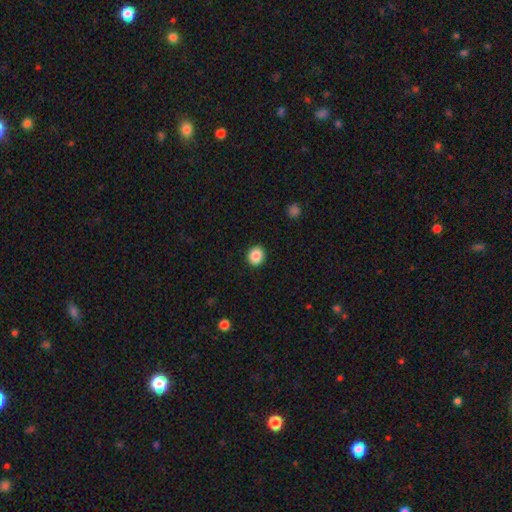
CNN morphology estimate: A smooth galaxy with no disk features (88%) that is round (73%).

Vote fractions:
- Smooth or featured? smooth: 88% / star or artifact: 9% / featured or disk: 4%
- How rounded? round: 73% / in between: 26% / cigar-shaped: 1%
- Merging? none: 92% / minor disturbance: 6% / major disturbance: 2% / merger: 1%